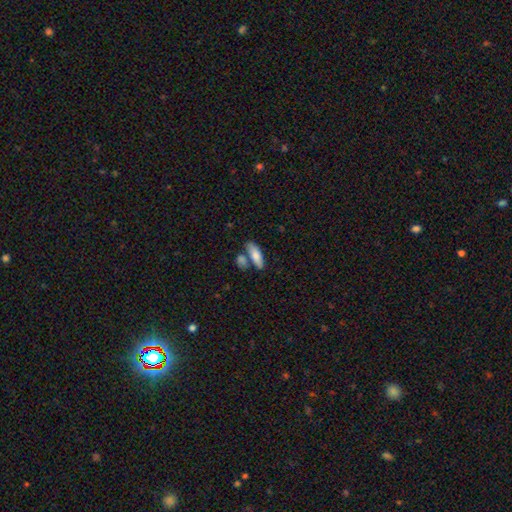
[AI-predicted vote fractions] Smooth or featured? smooth (76%)
How rounded? in between (65%)
Merging? none (61%)